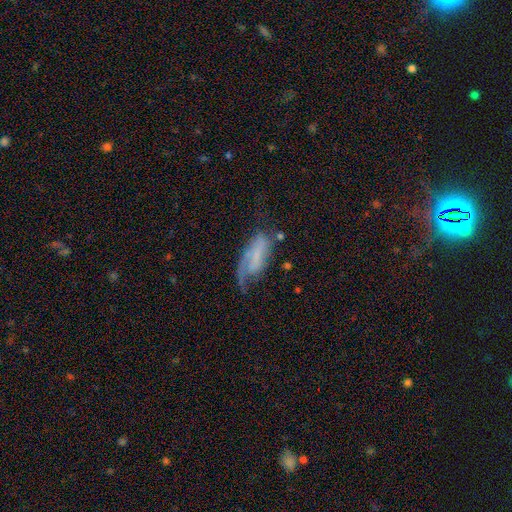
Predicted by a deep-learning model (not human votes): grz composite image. It shows a featured or disk galaxy (57%) with no bar (49%), spiral arms (76%) and no central bulge (61%). Merging: none (35%).